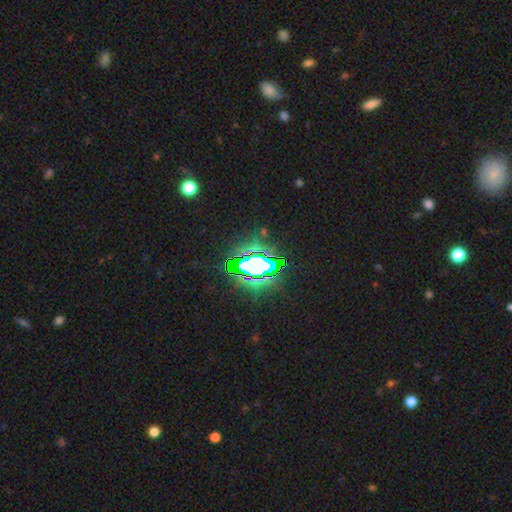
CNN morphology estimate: A star or artifact, not a galaxy (78%).

Vote fractions:
- Smooth or featured? star or artifact: 78% / smooth: 12% / featured or disk: 10%